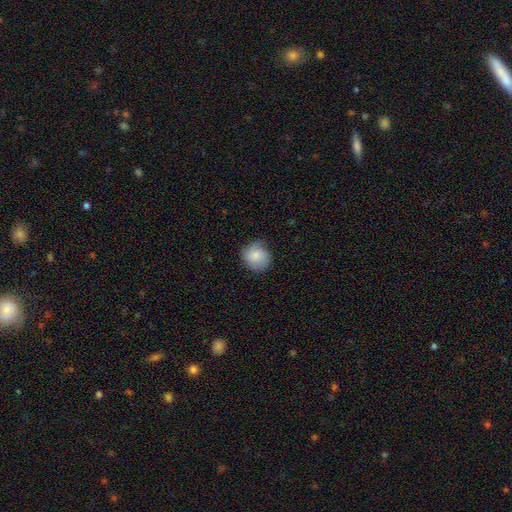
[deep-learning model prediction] A smooth galaxy with no disk features (76%) that is round (86%).

Vote fractions:
- Smooth or featured? smooth: 76% / featured or disk: 17% / star or artifact: 7%
- How rounded? round: 86% / in between: 13% / cigar-shaped: 1%
- Merging? none: 68% / minor disturbance: 25% / major disturbance: 6% / merger: 1%